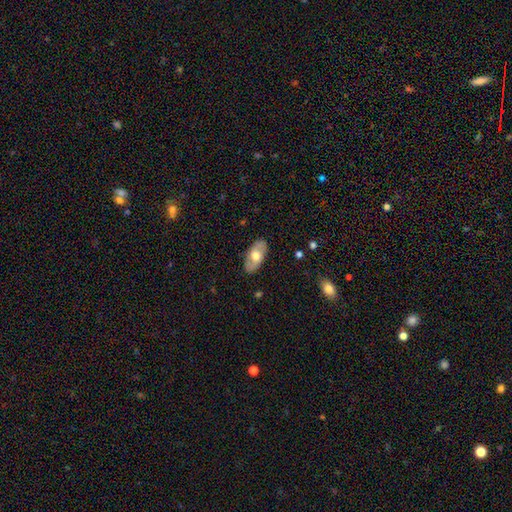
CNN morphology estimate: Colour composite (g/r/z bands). It shows a smooth galaxy with no disk features (56%) that is in between round and cigar-shaped (93%). Merging: none (86%).